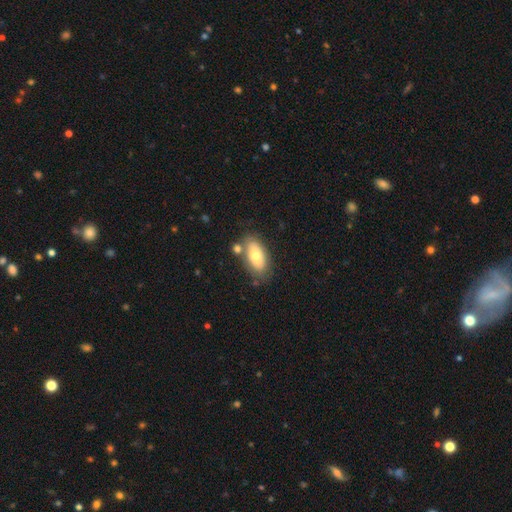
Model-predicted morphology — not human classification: type=smooth (67%); roundness=in between (90%); merging=none (67%).